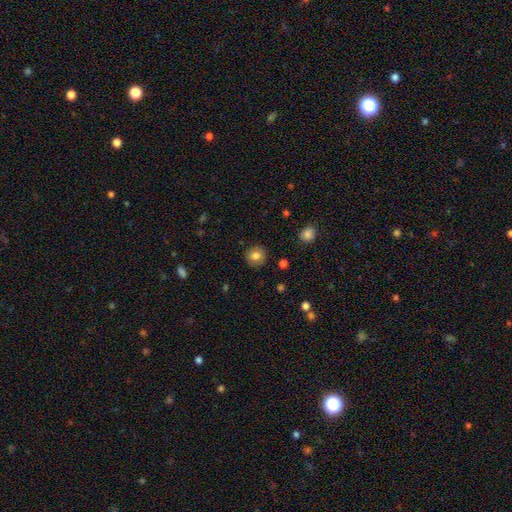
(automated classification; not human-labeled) A smooth galaxy with no disk features (81%) that is round (90%).

Vote fractions:
- Smooth or featured? smooth: 81% / star or artifact: 10% / featured or disk: 9%
- How rounded? round: 90% / in between: 9% / cigar-shaped: 1%
- Merging? none: 90% / minor disturbance: 7% / major disturbance: 2% / merger: 1%